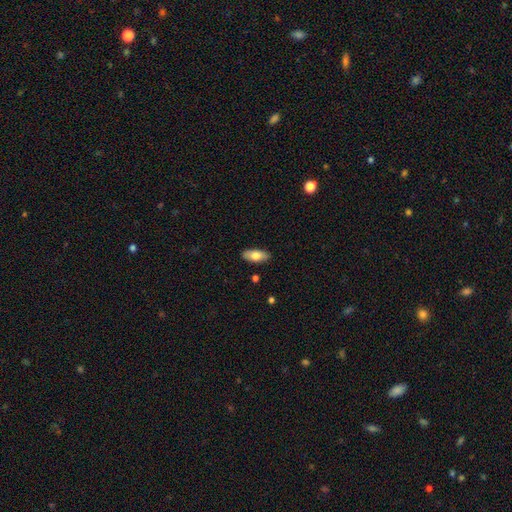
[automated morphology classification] smooth_or_featured: smooth (p=0.75) [alt: featured or disk p=0.19]
how_rounded: in between (p=0.87) [alt: cigar-shaped p=0.10]
merging: none (p=0.88) [alt: minor disturbance p=0.09]